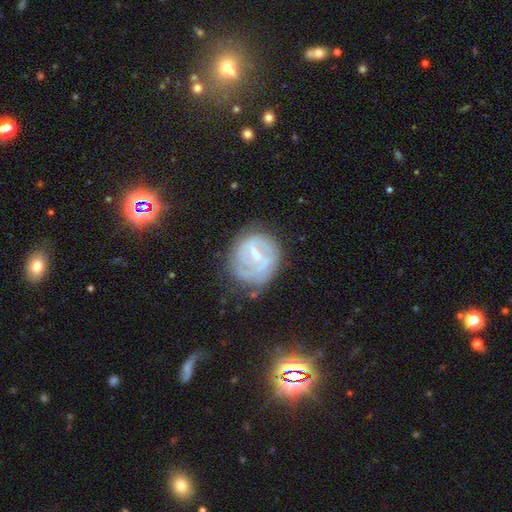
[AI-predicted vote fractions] Smooth or featured? featured or disk (70%)
Edge-on disk? no (96%)
Bar? weak (50%)
Spiral arms? yes (69%)
Bulge size? small (49%)
Merging? none (60%)